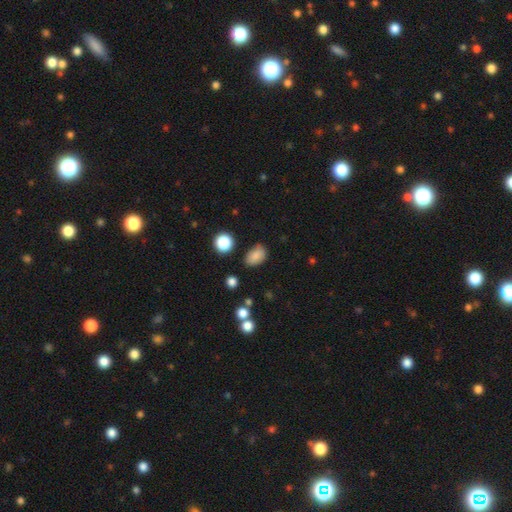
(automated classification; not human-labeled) This appears to be a smooth galaxy with no disk features (83%) that is in between round and cigar-shaped (83%). Merging: none (73%).